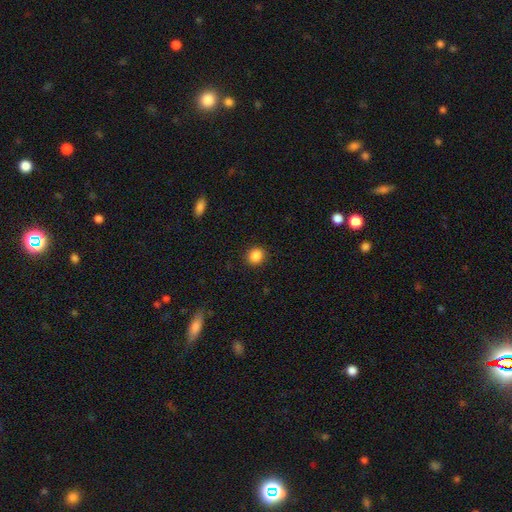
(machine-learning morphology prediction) smooth_or_featured: smooth (p=0.87) [alt: star or artifact p=0.10]
how_rounded: round (p=0.74) [alt: in between p=0.25]
merging: none (p=0.90) [alt: minor disturbance p=0.07]